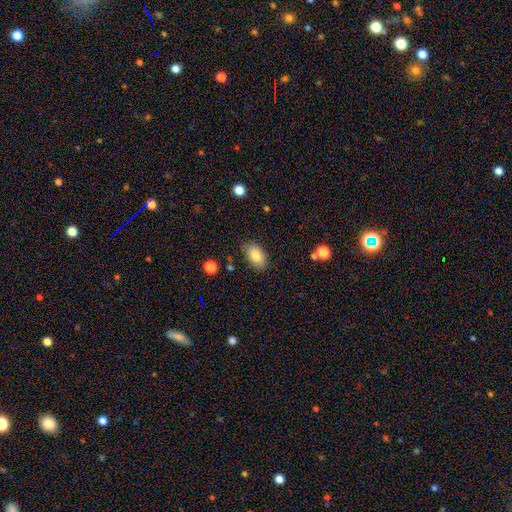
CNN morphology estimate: Smooth or featured? smooth (83%)
How rounded? in between (91%)
Merging? none (83%)